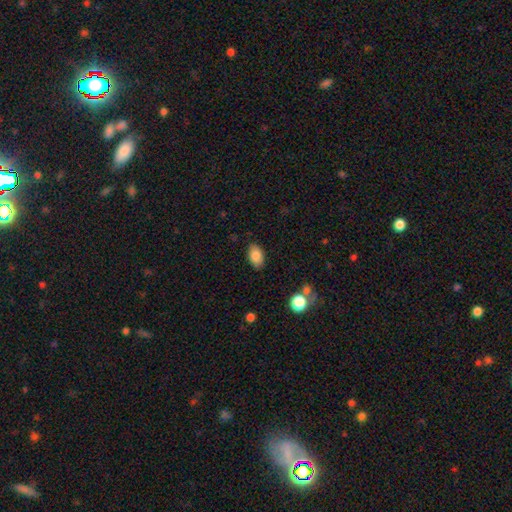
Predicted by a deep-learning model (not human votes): smooth_or_featured: smooth (p=0.86) [alt: star or artifact p=0.08]
how_rounded: in between (p=0.91) [alt: round p=0.08]
merging: none (p=0.85) [alt: minor disturbance p=0.11]